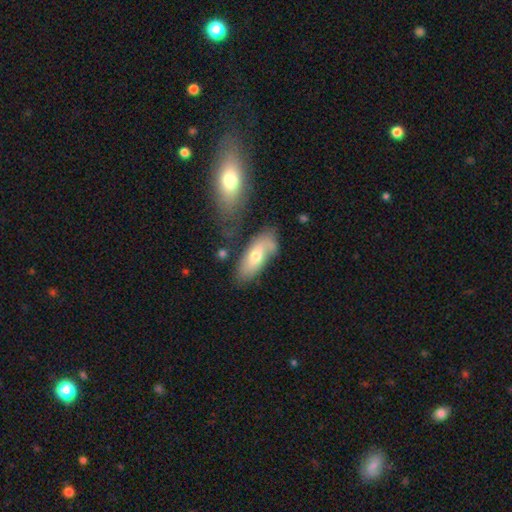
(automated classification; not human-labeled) A smooth galaxy with no disk features (59%) that is in between round and cigar-shaped (82%). Merging: none (53%).